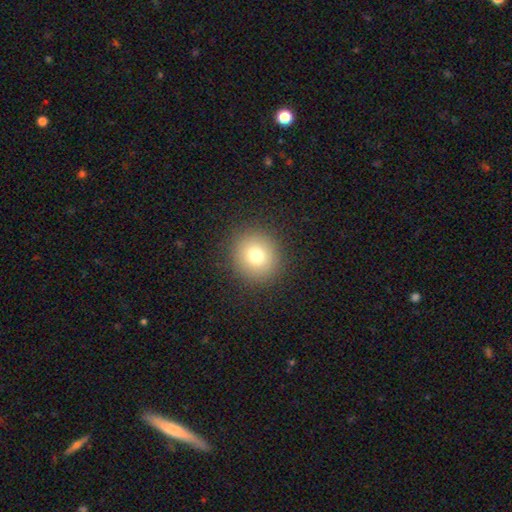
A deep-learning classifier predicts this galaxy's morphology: This is likely a smooth galaxy (76%). How rounded: clearly round (89%). Merging: clearly none (90%).